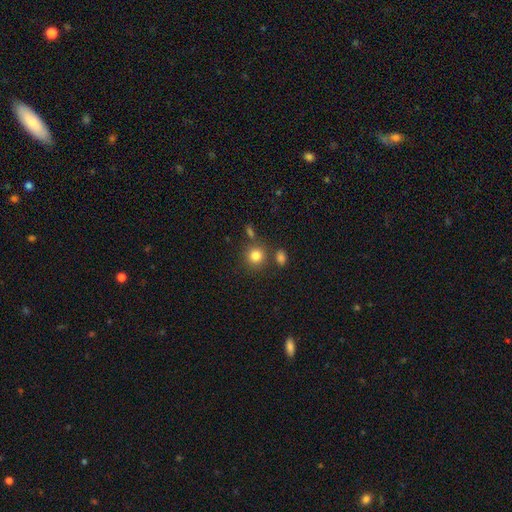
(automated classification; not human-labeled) A smooth galaxy with no disk features (82%) that is round (89%).

Vote fractions:
- Smooth or featured? smooth: 82% / star or artifact: 11% / featured or disk: 7%
- How rounded? round: 89% / in between: 10% / cigar-shaped: 1%
- Merging? none: 76% / merger: 11% / minor disturbance: 10% / major disturbance: 4%